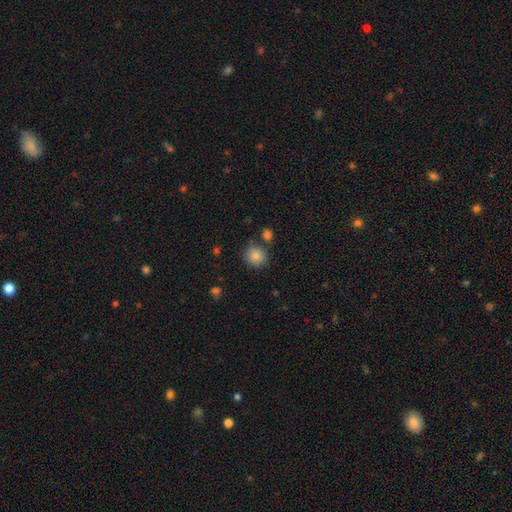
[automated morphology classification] Q: Smooth or featured?
A: smooth (85%); runner-up: star or artifact (10%)
Q: How rounded?
A: round (88%); runner-up: in between (11%)
Q: Merging?
A: none (79%); runner-up: minor disturbance (10%)